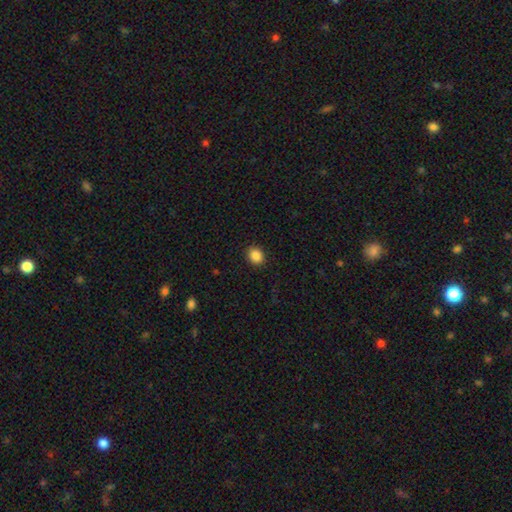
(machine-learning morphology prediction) A smooth galaxy with no disk features (88%) that is round (70%). Merging: none (91%).